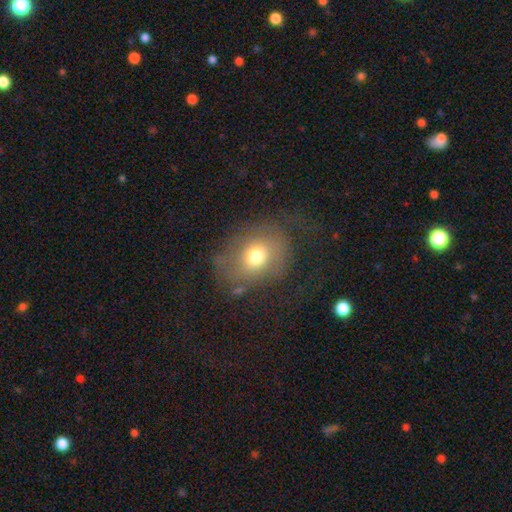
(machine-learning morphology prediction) This appears to be a smooth galaxy with no disk features (62%) that is round (58%). Merging: none (53%).